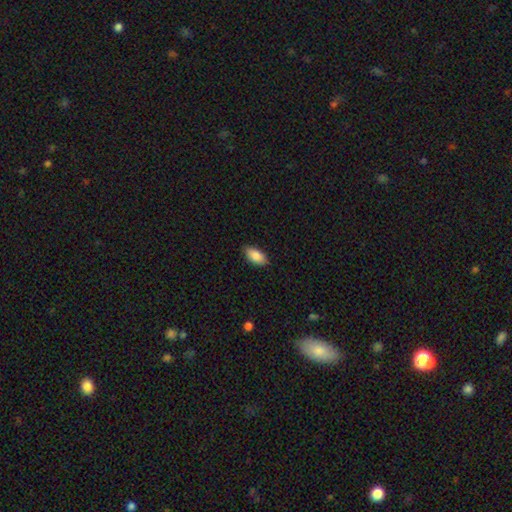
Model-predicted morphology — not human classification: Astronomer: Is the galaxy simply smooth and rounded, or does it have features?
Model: smooth — 87%.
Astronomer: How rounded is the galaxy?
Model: in between — 92%.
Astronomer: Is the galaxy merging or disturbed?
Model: none — 87%.